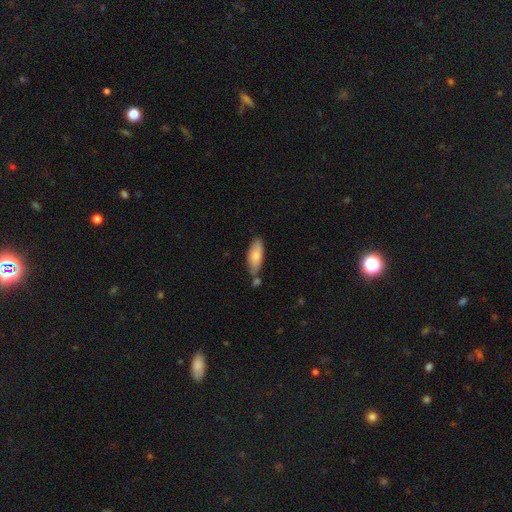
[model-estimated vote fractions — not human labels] A smooth galaxy with no disk features (74%) that is in between round and cigar-shaped (74%). Merging: none (61%).